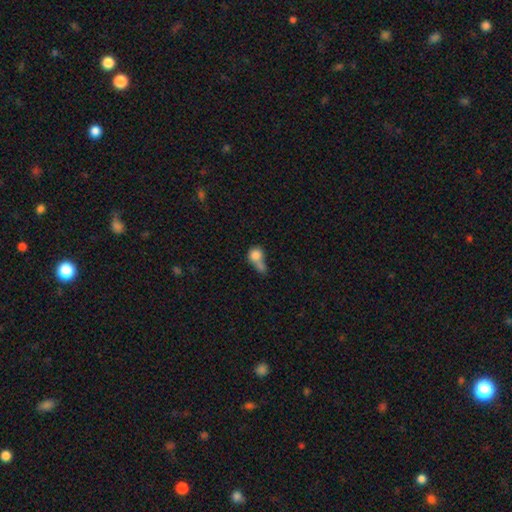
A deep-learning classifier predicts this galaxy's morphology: smooth-or-featured: smooth: 79% | featured or disk: 11% | star or artifact: 9%
  how-rounded: round: 76% | in between: 23% | cigar-shaped: 2%
  merging: merger: 59% | none: 24% | minor disturbance: 9% | major disturbance: 8%